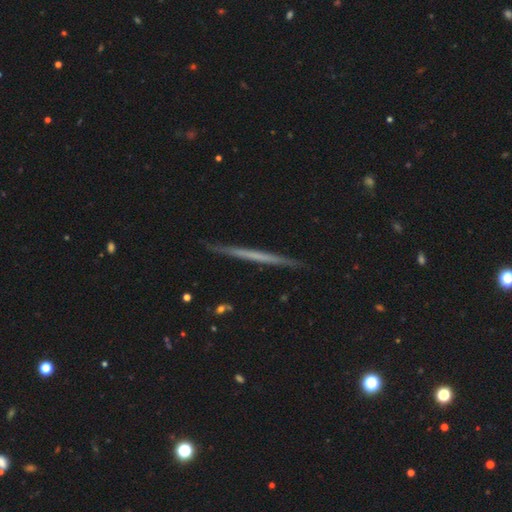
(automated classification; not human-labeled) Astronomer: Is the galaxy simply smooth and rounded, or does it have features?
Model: featured or disk — 56% (runner-up: smooth, 38%).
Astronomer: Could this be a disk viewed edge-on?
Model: yes — 98%.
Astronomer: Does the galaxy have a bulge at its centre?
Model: none — 93%.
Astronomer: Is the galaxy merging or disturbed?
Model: none — 91%.